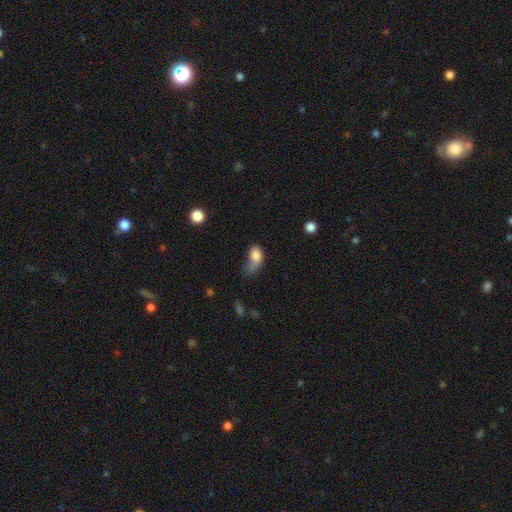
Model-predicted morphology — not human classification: This is likely a smooth galaxy (77%). How rounded: clearly in between (80%). Merging: marginally major disturbance (39%).